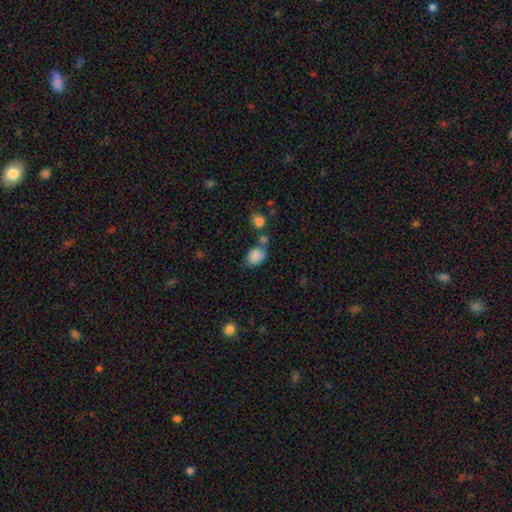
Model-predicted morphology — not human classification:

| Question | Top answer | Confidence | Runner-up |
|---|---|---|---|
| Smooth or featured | smooth | 83% | star or artifact (9%) |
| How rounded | in between | 73% | round (26%) |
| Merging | none | 44% | merger (25%) |